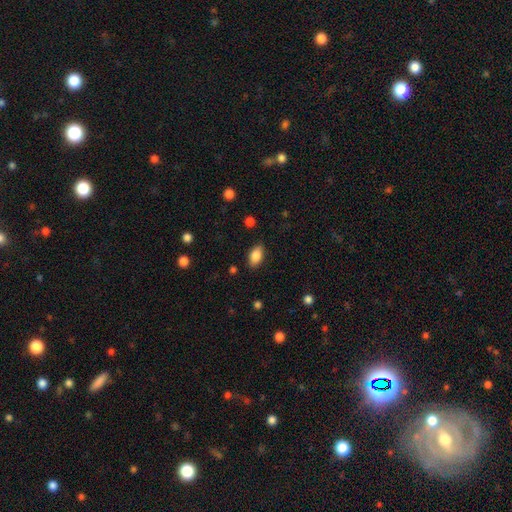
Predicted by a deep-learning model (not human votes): A smooth galaxy with no disk features (85%) that is in between round and cigar-shaped (91%). Merging: none (86%).